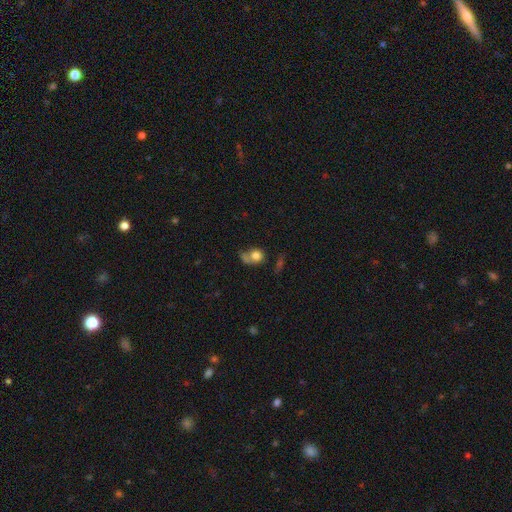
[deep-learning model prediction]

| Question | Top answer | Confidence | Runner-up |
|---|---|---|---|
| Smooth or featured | smooth | 71% | featured or disk (18%) |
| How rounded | round | 67% | in between (31%) |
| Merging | none | 33% | merger (27%) |